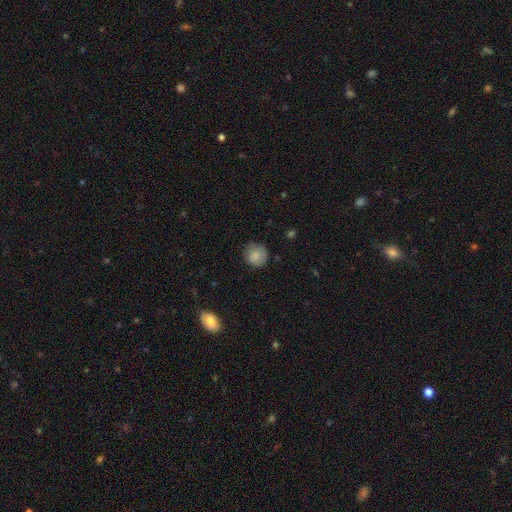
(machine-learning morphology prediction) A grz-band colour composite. It shows a smooth galaxy with no disk features (85%) that is round (90%). Merging: none (75%).